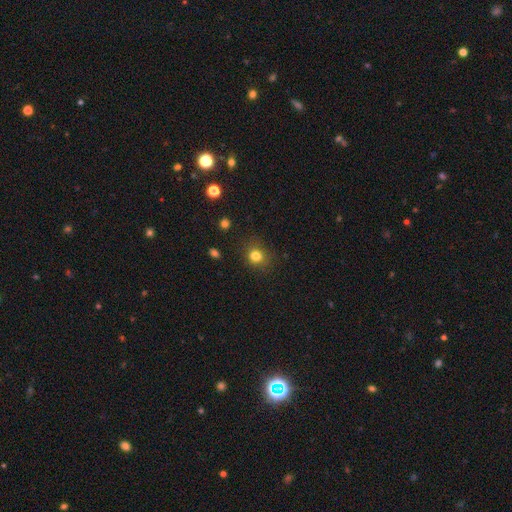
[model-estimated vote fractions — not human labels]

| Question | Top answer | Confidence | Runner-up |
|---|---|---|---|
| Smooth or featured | smooth | 79% | star or artifact (15%) |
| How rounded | round | 77% | in between (22%) |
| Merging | none | 82% | minor disturbance (12%) |